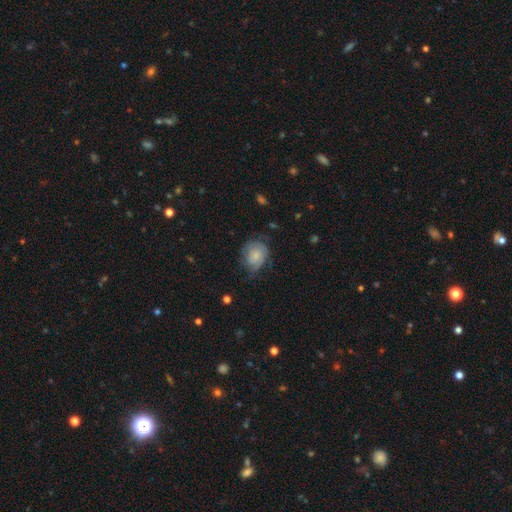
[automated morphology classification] type=smooth (57%); roundness=round (61%); merging=none (51%).